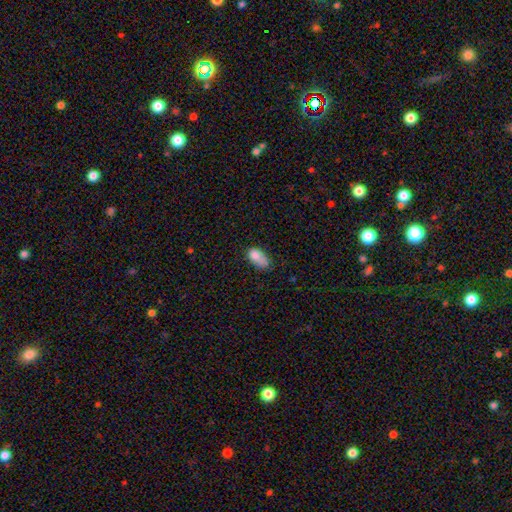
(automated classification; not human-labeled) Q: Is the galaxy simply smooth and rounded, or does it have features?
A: smooth — 80%.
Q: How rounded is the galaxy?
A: in between — 89%.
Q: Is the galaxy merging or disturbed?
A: minor disturbance — 39%.